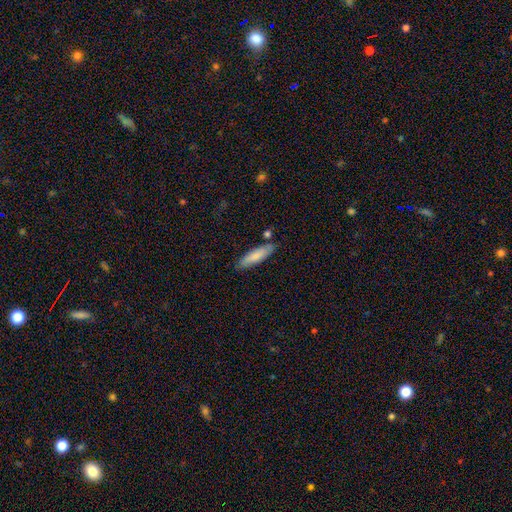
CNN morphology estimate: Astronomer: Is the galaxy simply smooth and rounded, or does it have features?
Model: smooth — 80%.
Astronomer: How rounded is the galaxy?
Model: cigar-shaped — 68%.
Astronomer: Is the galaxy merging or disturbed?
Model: none — 79%.